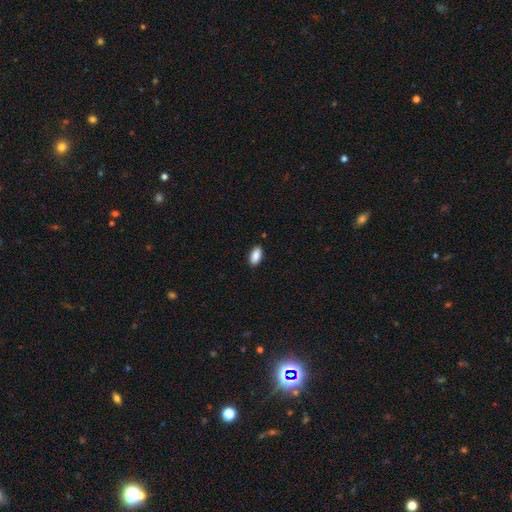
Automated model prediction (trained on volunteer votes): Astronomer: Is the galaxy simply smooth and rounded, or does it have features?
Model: smooth — 90%.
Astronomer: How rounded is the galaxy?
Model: in between — 92%.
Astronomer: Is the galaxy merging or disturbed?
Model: none — 89%.